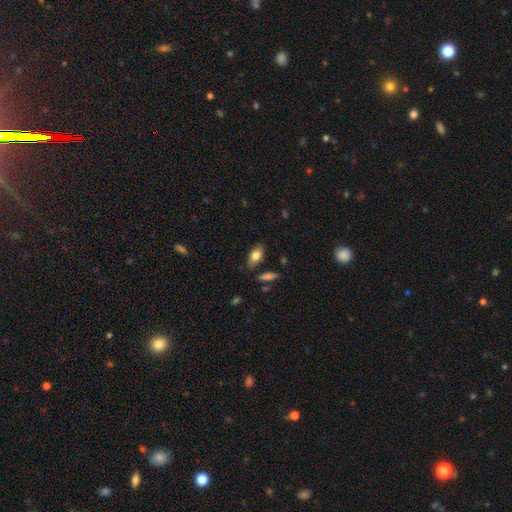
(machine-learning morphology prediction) smooth_or_featured: smooth (p=0.76) [alt: featured or disk p=0.16]
how_rounded: in between (p=0.86) [alt: cigar-shaped p=0.09]
merging: none (p=0.78) [alt: minor disturbance p=0.15]